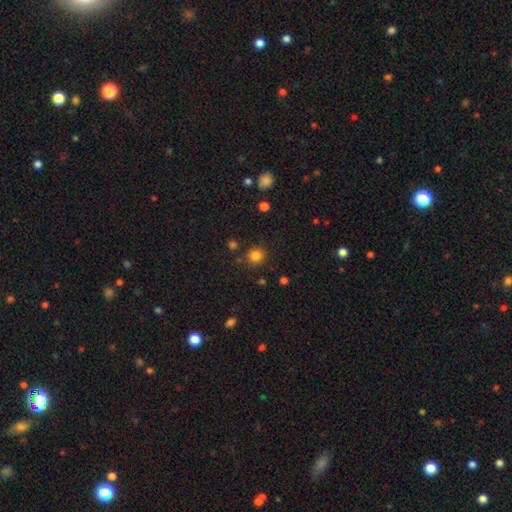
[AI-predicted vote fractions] Q: Smooth or featured?
A: smooth (83%); runner-up: star or artifact (13%)
Q: How rounded?
A: round (89%); runner-up: in between (10%)
Q: Merging?
A: none (86%); runner-up: minor disturbance (8%)